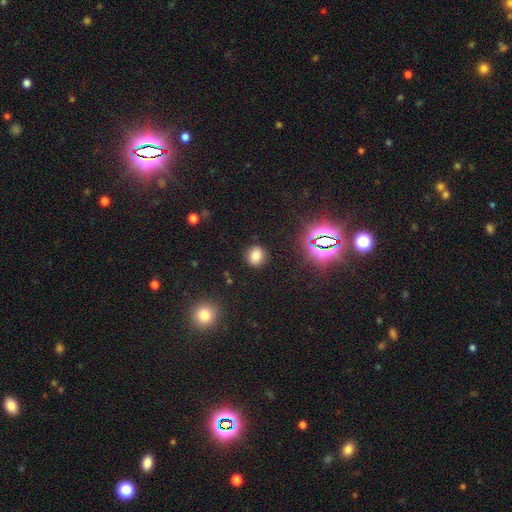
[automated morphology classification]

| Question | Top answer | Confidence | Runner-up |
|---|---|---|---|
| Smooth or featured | smooth | 76% | star or artifact (17%) |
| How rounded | round | 72% | in between (27%) |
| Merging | none | 87% | minor disturbance (8%) |